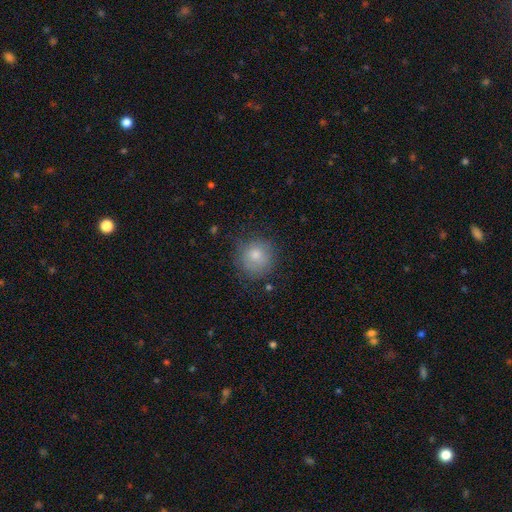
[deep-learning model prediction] Q: Smooth or featured?
A: smooth (79%); runner-up: featured or disk (11%)
Q: How rounded?
A: round (91%); runner-up: in between (8%)
Q: Merging?
A: none (75%); runner-up: minor disturbance (18%)